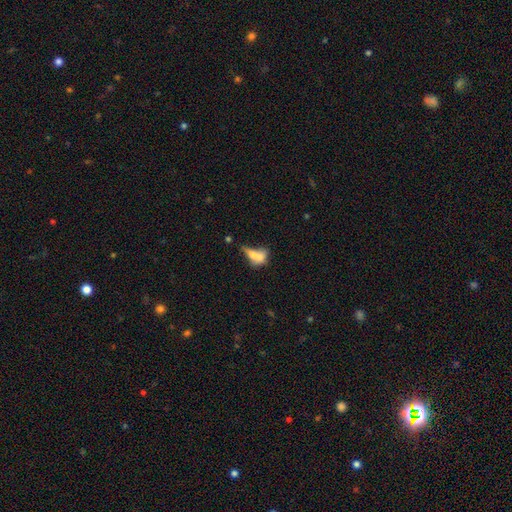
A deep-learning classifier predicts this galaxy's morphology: This appears to be a smooth galaxy with no disk features (60%) that is in between round and cigar-shaped (67%). Merging: merger (50%).